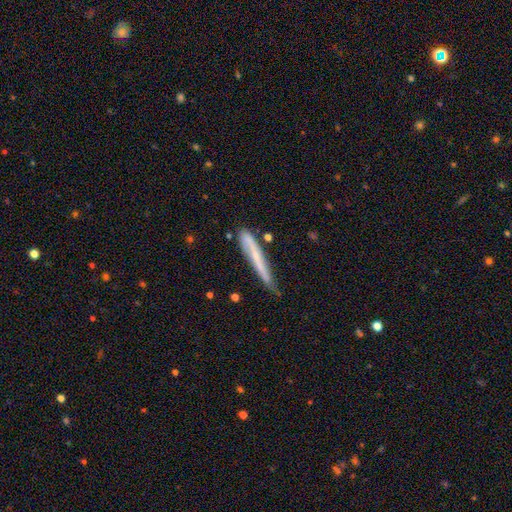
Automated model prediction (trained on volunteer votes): The model was most divided on "smooth or featured": featured or disk: 53%, smooth: 40%, star or artifact: 7%. More confident: edge-on disk — yes (74%); merging — none (52%).